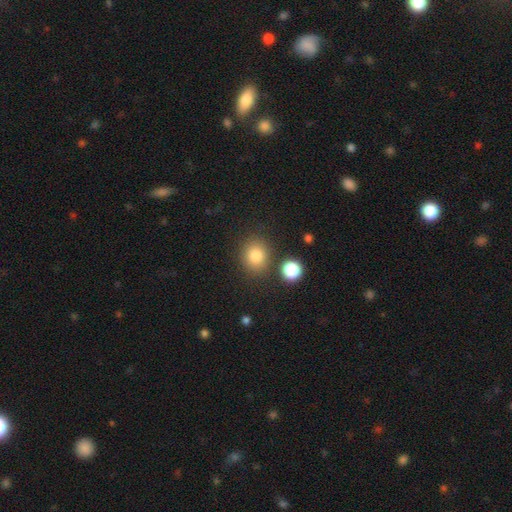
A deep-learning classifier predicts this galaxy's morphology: A smooth galaxy with no disk features (83%) that is round (77%). Merging: none (81%).